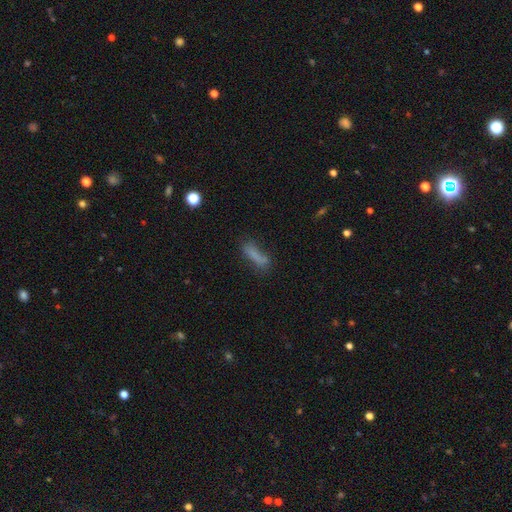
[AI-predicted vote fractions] Morphology: type=smooth (74%); roundness=cigar-shaped (70%); merging=none (62%).